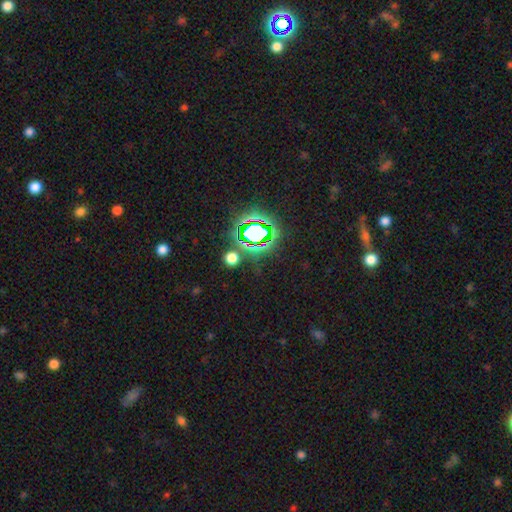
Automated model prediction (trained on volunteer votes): Smooth or featured: star or artifact — 80% (smooth — 13%)